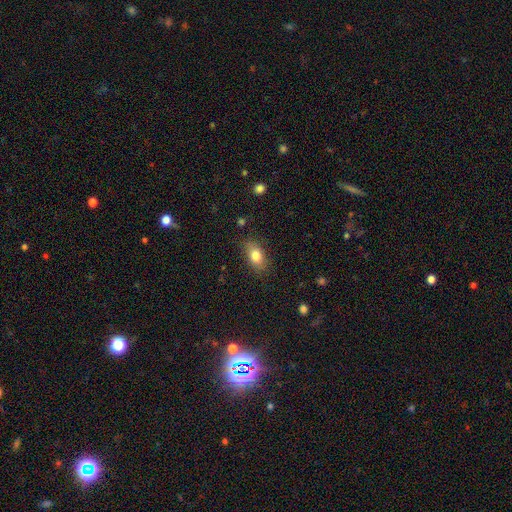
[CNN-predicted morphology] smooth 81%, featured or disk 11%, star or artifact 8%. Down the decision tree: how rounded — in between (86%); merging — none (82%).